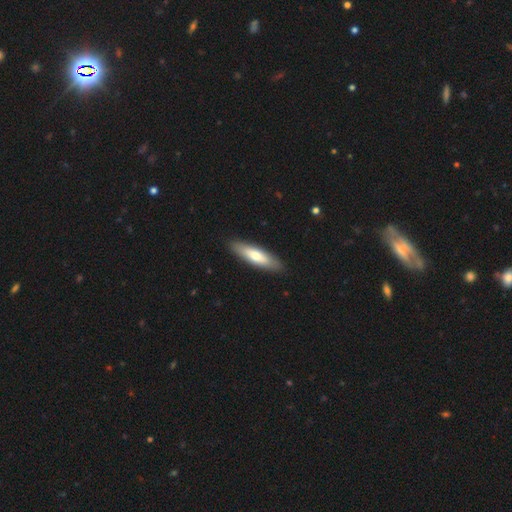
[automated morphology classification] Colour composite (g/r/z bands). It shows a smooth galaxy with no disk features (66%) that is cigar-shaped (64%). Merging: none (90%).